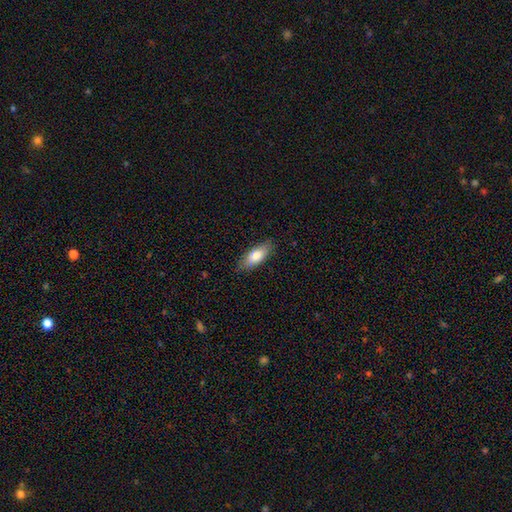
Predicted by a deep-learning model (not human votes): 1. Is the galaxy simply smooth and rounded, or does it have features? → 80% smooth, 14% featured or disk, 6% star or artifact.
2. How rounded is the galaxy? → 76% in between, 22% cigar-shaped, 2% round.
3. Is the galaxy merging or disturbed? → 82% none, 14% minor disturbance, 3% major disturbance, 1% merger.